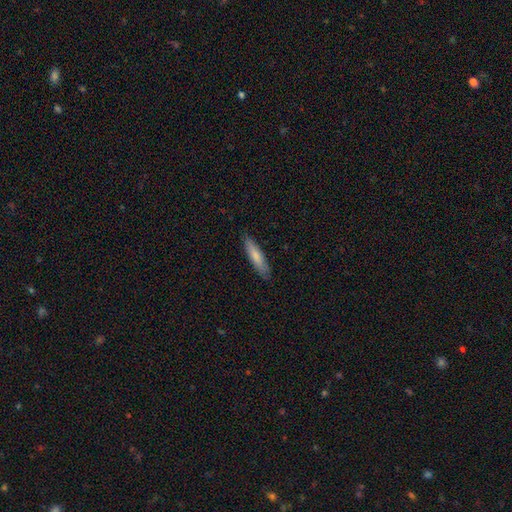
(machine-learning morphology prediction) Smooth or featured?
  - smooth: 76% *
  - featured or disk: 18%
  - star or artifact: 5%
How rounded?
  - cigar-shaped: 81% *
  - in between: 18%
  - round: 1%
Merging?
  - none: 87% *
  - minor disturbance: 10%
  - major disturbance: 2%
  - merger: 1%